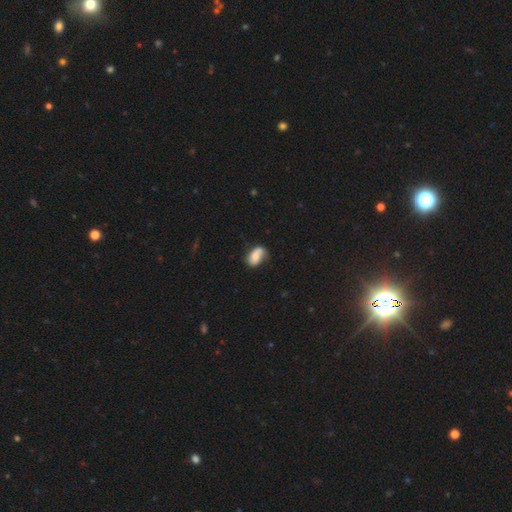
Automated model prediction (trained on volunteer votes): Q: Smooth or featured?
A: smooth (60%); runner-up: featured or disk (32%)
Q: How rounded?
A: in between (87%); runner-up: round (11%)
Q: Merging?
A: none (52%); runner-up: minor disturbance (31%)